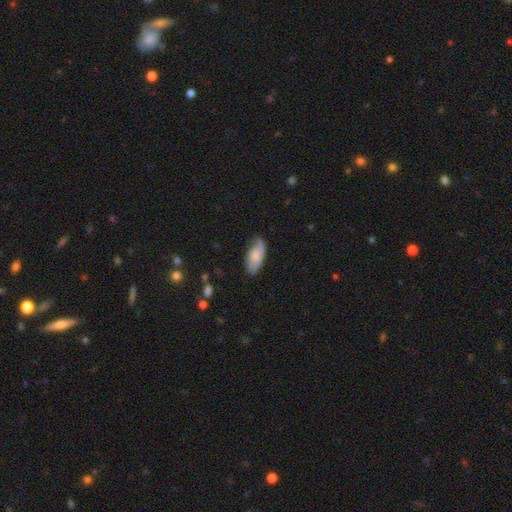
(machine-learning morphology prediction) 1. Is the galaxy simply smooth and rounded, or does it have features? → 65% smooth, 29% featured or disk, 7% star or artifact.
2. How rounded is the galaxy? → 90% in between, 8% cigar-shaped, 2% round.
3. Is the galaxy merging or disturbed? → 66% none, 26% minor disturbance, 7% major disturbance, 2% merger.